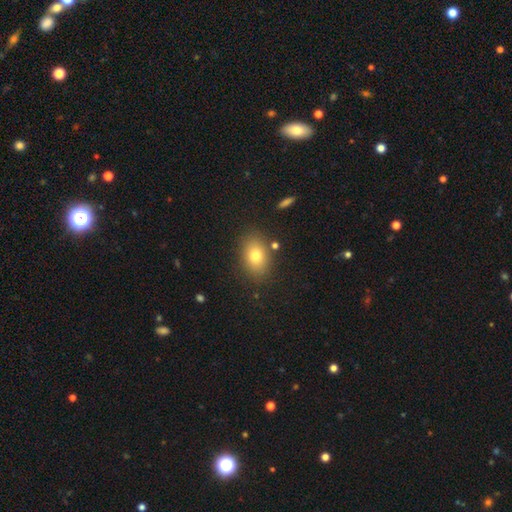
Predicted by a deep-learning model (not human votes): Morphology: type=smooth (78%); roundness=in between (78%); merging=none (83%).